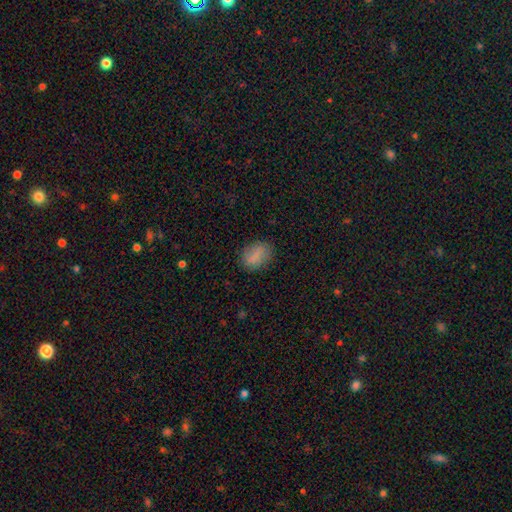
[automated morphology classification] smooth_or_featured: smooth (p=0.82) [alt: featured or disk p=0.09]
how_rounded: in between (p=0.73) [alt: round p=0.25]
merging: none (p=0.80) [alt: minor disturbance p=0.14]